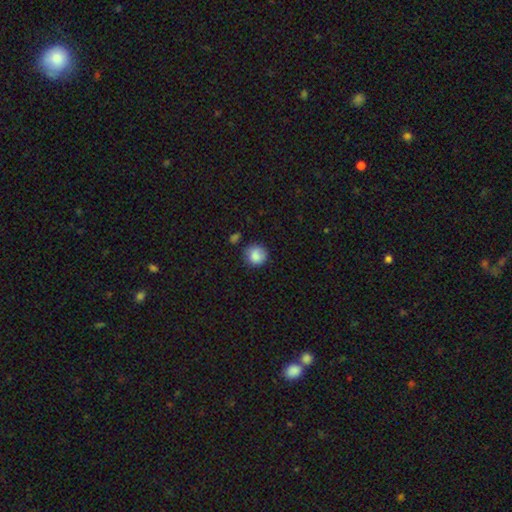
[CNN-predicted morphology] smooth-or-featured: smooth: 86% | star or artifact: 8% | featured or disk: 5%
  how-rounded: round: 89% | in between: 10% | cigar-shaped: 1%
  merging: none: 75% | minor disturbance: 17% | major disturbance: 4% | merger: 4%